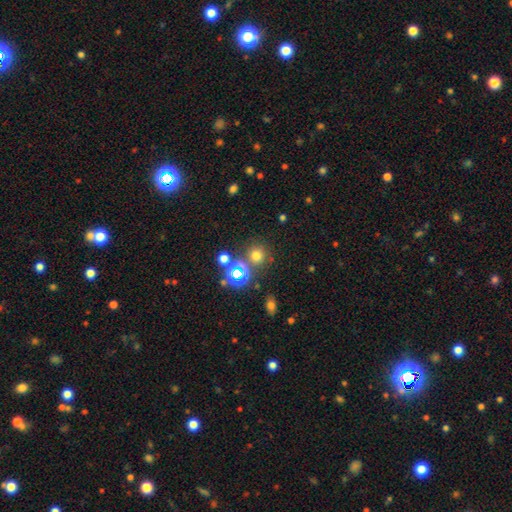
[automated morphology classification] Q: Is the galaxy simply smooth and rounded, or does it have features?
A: smooth — 65%.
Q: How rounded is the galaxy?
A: round — 91%.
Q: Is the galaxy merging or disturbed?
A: none — 78%.